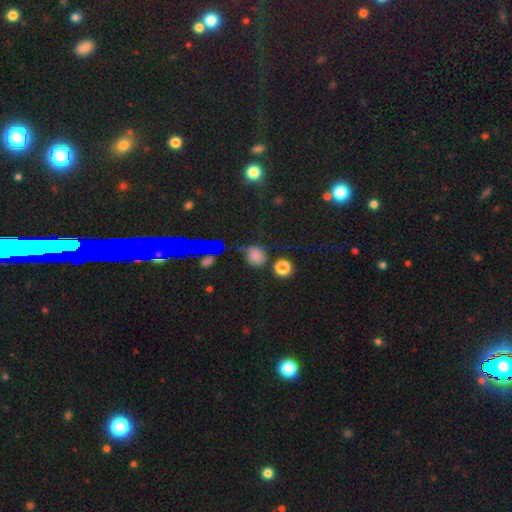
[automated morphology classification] smooth 65%, star or artifact 24%, featured or disk 10%. Down the decision tree: how rounded — round (75%); merging — none (65%).